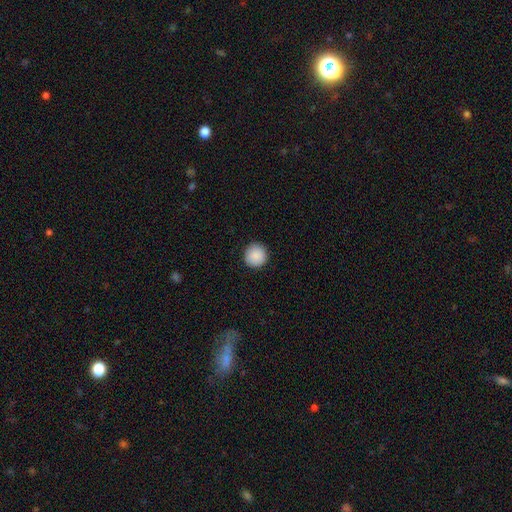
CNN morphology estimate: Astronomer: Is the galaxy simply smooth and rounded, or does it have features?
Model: smooth — 89%.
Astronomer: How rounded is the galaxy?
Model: round — 96%.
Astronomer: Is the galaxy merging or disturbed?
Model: none — 92%.